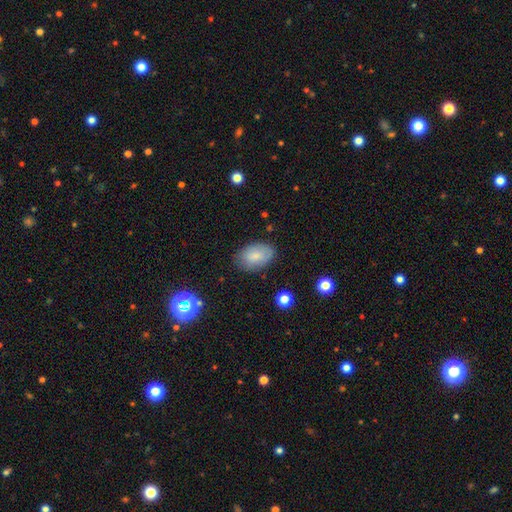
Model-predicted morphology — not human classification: Smooth or featured? Predicted: smooth (p=0.80). How rounded? Predicted: in between (p=0.92). Merging? Predicted: none (p=0.79).